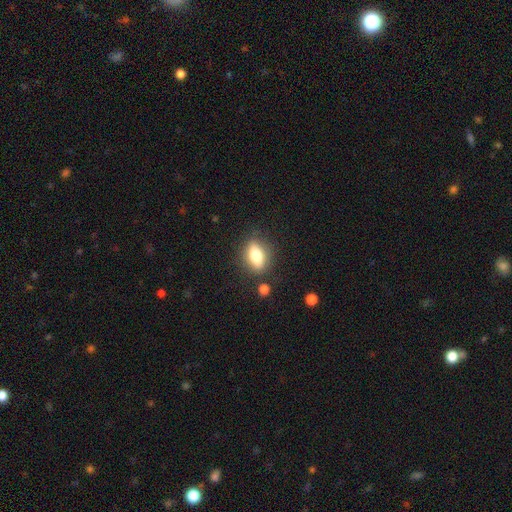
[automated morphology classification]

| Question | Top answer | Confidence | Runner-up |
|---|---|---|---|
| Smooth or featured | smooth | 74% | featured or disk (18%) |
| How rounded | in between | 76% | cigar-shaped (14%) |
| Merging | none | 81% | minor disturbance (12%) |